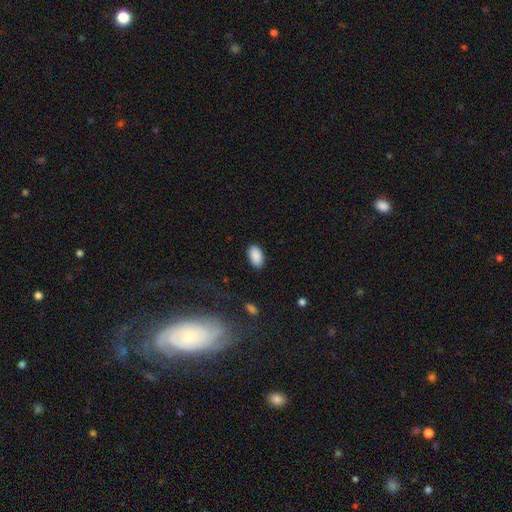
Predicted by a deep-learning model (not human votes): Overall: smooth (90%). How rounded: in between (95%). Merging: none (88%).